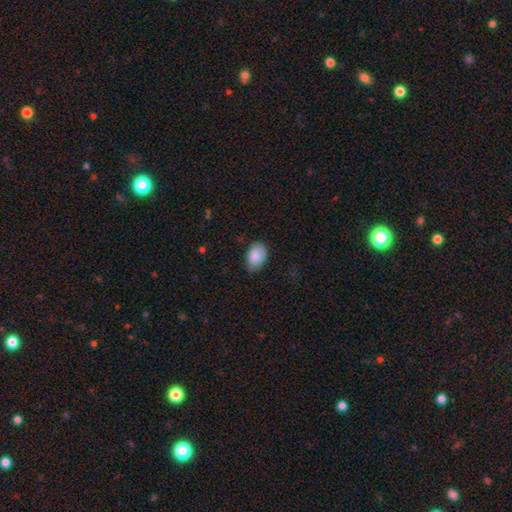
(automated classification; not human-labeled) Smooth or featured? smooth (86%)
How rounded? in between (90%)
Merging? none (73%)